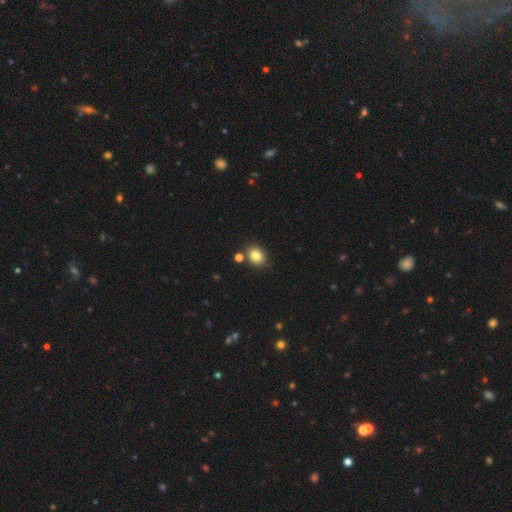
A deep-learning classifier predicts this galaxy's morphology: smooth-or-featured: smooth: 83% | star or artifact: 11% | featured or disk: 7%
  how-rounded: round: 56% | in between: 43% | cigar-shaped: 1%
  merging: none: 77% | minor disturbance: 11% | merger: 9% | major disturbance: 3%